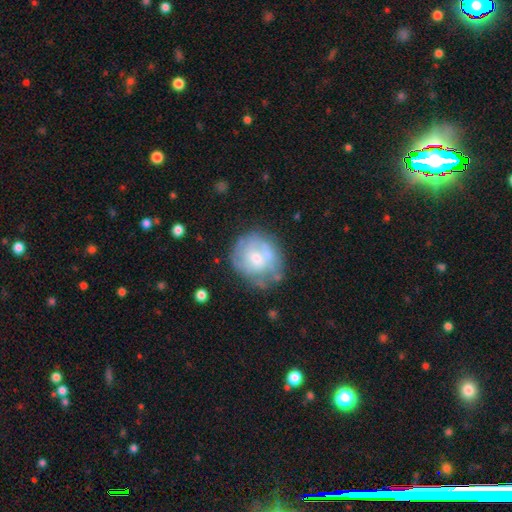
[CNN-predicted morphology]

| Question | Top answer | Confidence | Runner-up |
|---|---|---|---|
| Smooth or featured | featured or disk | 54% | smooth (38%) |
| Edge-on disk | no | 97% | yes (3%) |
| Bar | no | 77% | weak (19%) |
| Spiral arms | no | 60% | yes (40%) |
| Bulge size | moderate | 46% | small (43%) |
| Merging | none | 58% | minor disturbance (23%) |